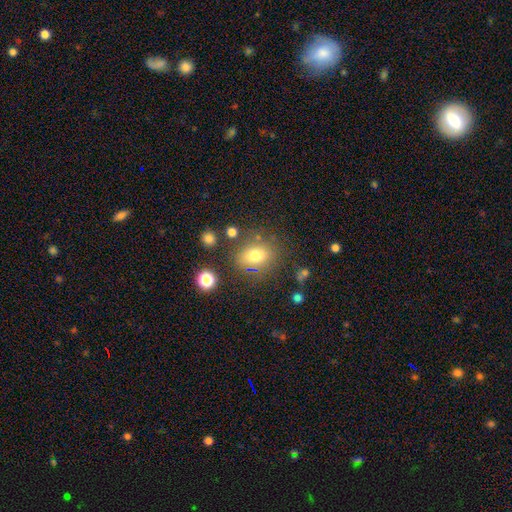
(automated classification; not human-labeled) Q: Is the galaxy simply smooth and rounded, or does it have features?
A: smooth — 72%.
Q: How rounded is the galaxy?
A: in between — 52%.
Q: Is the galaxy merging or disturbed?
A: none — 72%.